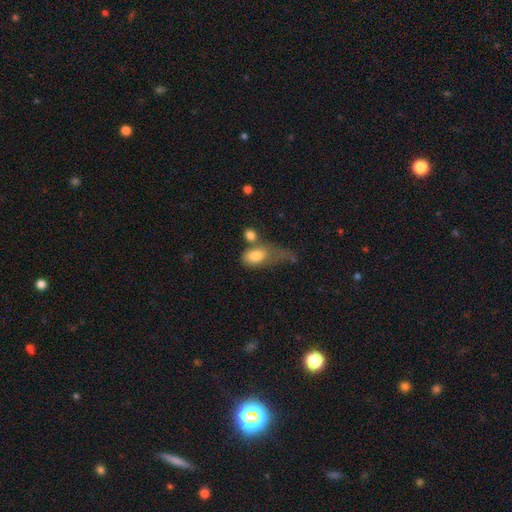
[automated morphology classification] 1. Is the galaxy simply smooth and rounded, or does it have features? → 79% smooth, 13% featured or disk, 8% star or artifact.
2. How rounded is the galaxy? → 86% in between, 10% round, 4% cigar-shaped.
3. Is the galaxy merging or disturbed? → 33% major disturbance, 27% merger, 20% none, 19% minor disturbance.